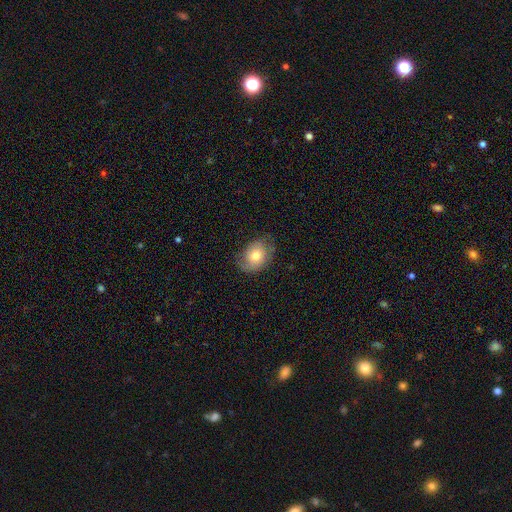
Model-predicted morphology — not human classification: The model was most divided on "how rounded": in between: 64%, round: 35%, cigar-shaped: 1%. More confident: merging — none (66%); smooth or featured — smooth (64%).